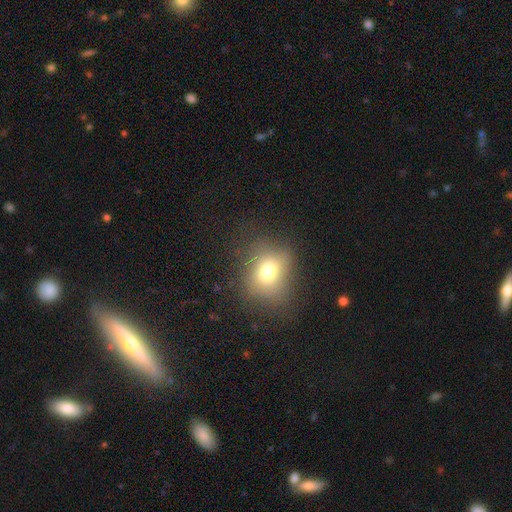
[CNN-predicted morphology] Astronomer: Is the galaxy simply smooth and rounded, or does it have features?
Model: smooth — 52% (runner-up: star or artifact, 27%).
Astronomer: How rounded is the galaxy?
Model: round — 70%.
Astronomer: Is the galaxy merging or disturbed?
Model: none — 85%.